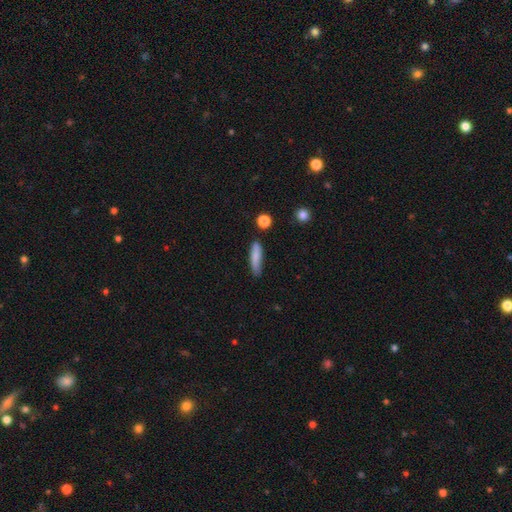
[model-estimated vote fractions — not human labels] This appears to be a smooth galaxy with no disk features (81%) that is cigar-shaped (74%). Merging: none (70%).